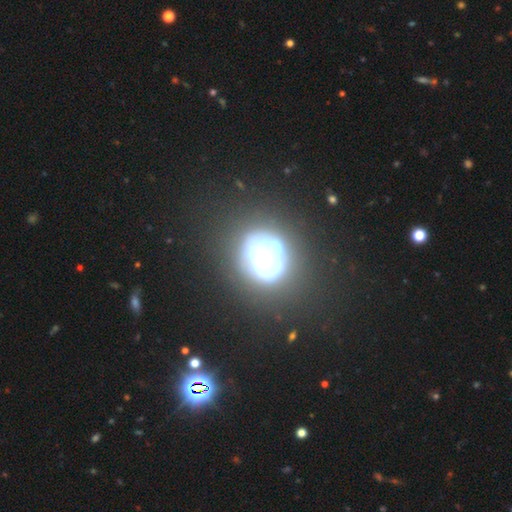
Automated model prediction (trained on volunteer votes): A featured or disk galaxy (57%) with no bar (82%), no spiral arms (77%) and a large central bulge (41%). Merging: none (50%).